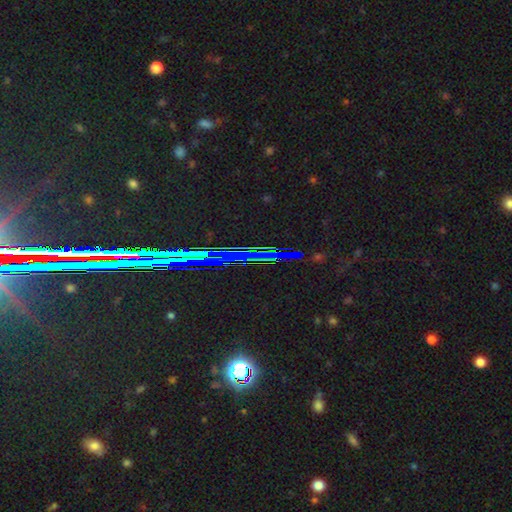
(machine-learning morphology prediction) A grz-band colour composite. It shows a star or artifact, not a galaxy (78%).